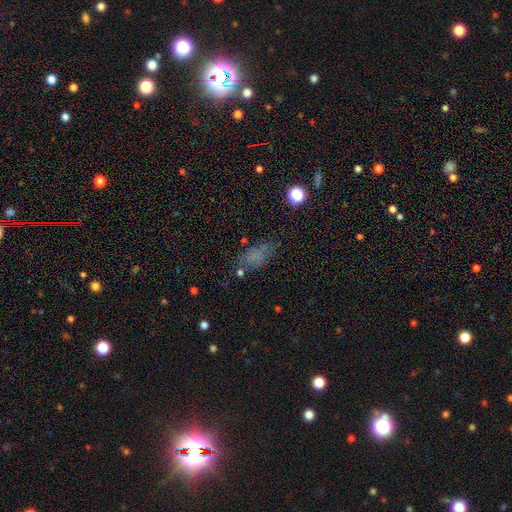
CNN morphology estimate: Smooth or featured?
  - smooth: 59% *
  - star or artifact: 22%
  - featured or disk: 19%
How rounded?
  - in between: 83% *
  - cigar-shaped: 9%
  - round: 8%
Merging?
  - none: 60% *
  - minor disturbance: 22%
  - major disturbance: 13%
  - merger: 5%